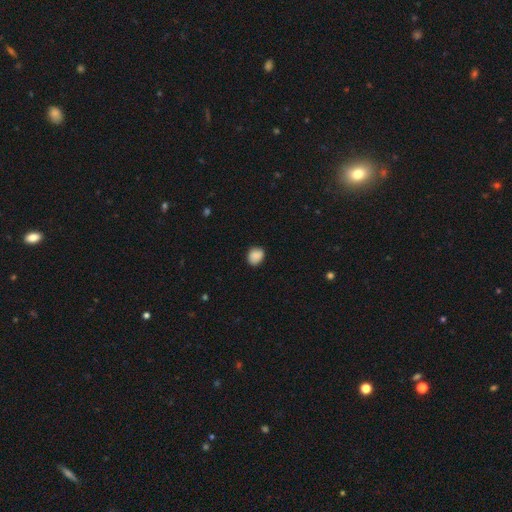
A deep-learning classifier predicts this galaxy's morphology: type=smooth (88%); roundness=round (59%); merging=none (83%).